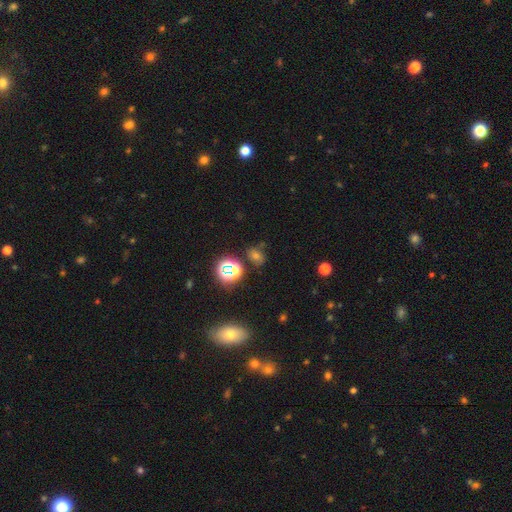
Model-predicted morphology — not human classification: Smooth or featured? smooth (45%)
Merging? none (71%)